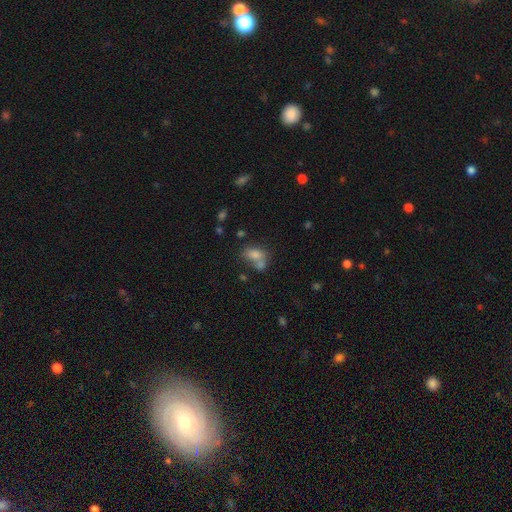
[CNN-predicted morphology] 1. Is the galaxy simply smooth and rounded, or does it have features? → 76% smooth, 13% featured or disk, 12% star or artifact.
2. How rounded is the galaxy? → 83% in between, 15% round, 3% cigar-shaped.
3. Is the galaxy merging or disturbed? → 46% merger, 34% none, 14% minor disturbance, 7% major disturbance.